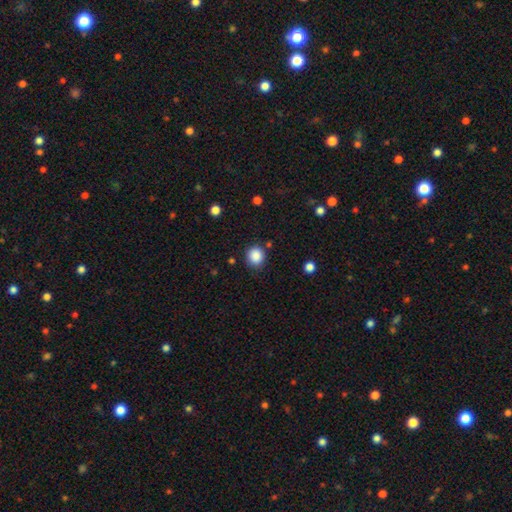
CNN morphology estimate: smooth 87%, star or artifact 10%, featured or disk 3%. Down the decision tree: how rounded — round (84%); merging — none (82%).